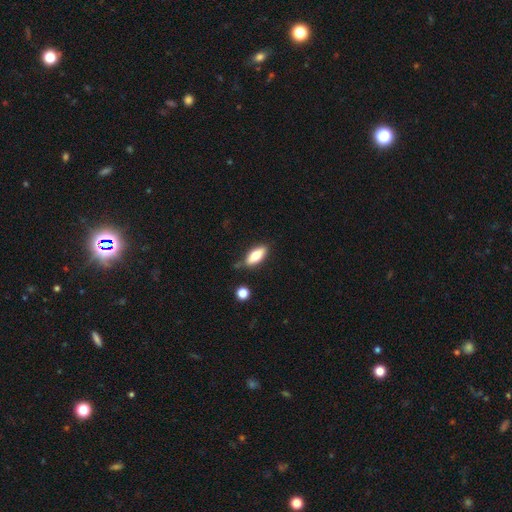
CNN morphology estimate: This is likely a smooth galaxy (73%). How rounded: likely in between (76%). Merging: likely none (76%).